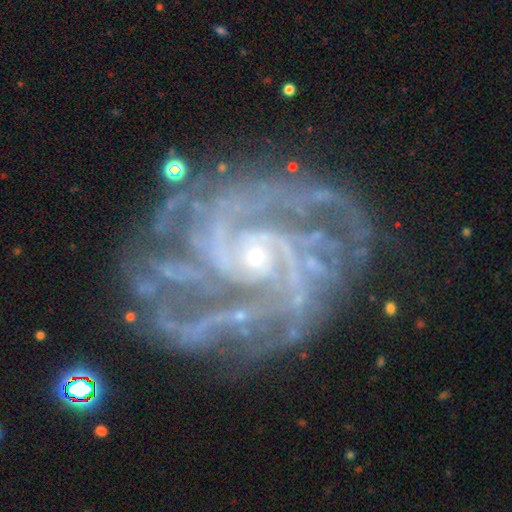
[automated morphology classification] Smooth or featured: featured or disk — 92% (star or artifact — 6%)
Edge-on disk: no — 98% (yes — 2%)
Bar: no — 64% (weak — 27%)
Spiral arms: yes — 98% (no — 2%)
Spiral winding: tight — 59% (medium — 35%)
Spiral arm count: 3 — 21% (2 — 20%)
Bulge size: small — 81% (moderate — 14%)
Merging: none — 70% (minor disturbance — 18%)